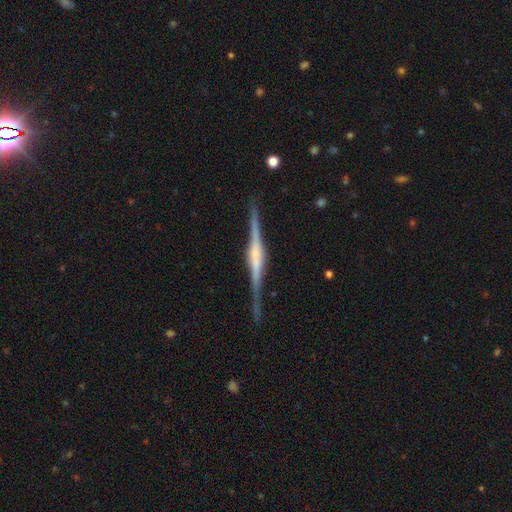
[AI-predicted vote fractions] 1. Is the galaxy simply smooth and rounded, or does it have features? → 86% featured or disk, 9% smooth, 5% star or artifact.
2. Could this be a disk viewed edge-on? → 98% yes, 2% no.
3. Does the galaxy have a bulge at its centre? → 51% rounded, 37% boxy, 12% none.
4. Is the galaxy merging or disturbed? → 88% none, 9% minor disturbance, 2% major disturbance, 1% merger.